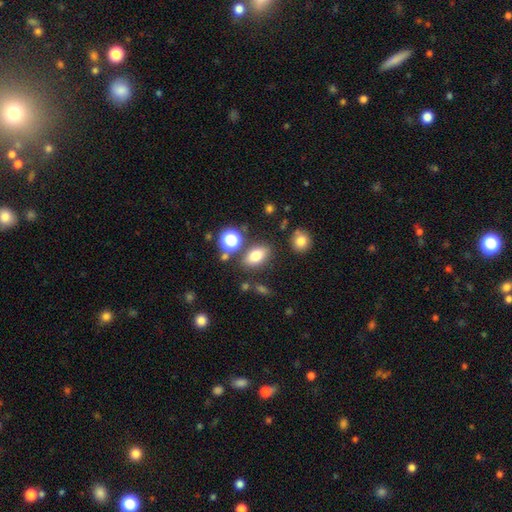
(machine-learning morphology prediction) A smooth galaxy with no disk features (76%) that is in between round and cigar-shaped (81%).

Vote fractions:
- Smooth or featured? smooth: 76% / star or artifact: 13% / featured or disk: 11%
- How rounded? in between: 81% / round: 16% / cigar-shaped: 3%
- Merging? none: 78% / minor disturbance: 11% / merger: 7% / major disturbance: 4%